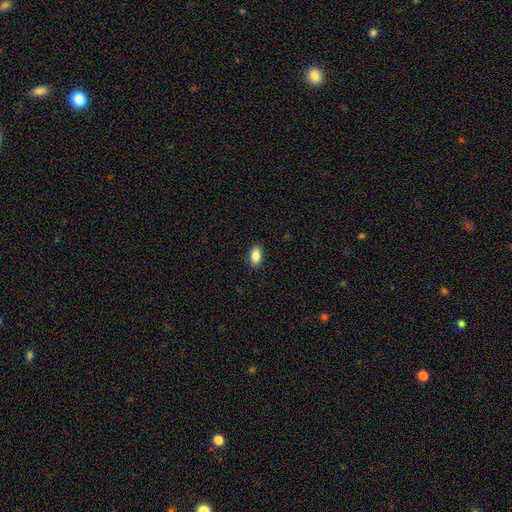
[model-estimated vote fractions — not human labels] The model was most divided on "smooth or featured": smooth: 87%, star or artifact: 8%, featured or disk: 5%. More confident: how rounded — in between (89%); merging — none (89%).